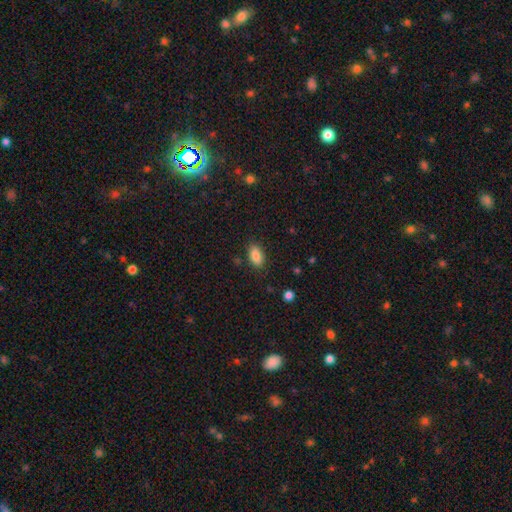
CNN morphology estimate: smooth_or_featured: smooth (p=0.86) [alt: star or artifact p=0.08]
how_rounded: in between (p=0.91) [alt: cigar-shaped p=0.05]
merging: none (p=0.86) [alt: minor disturbance p=0.10]